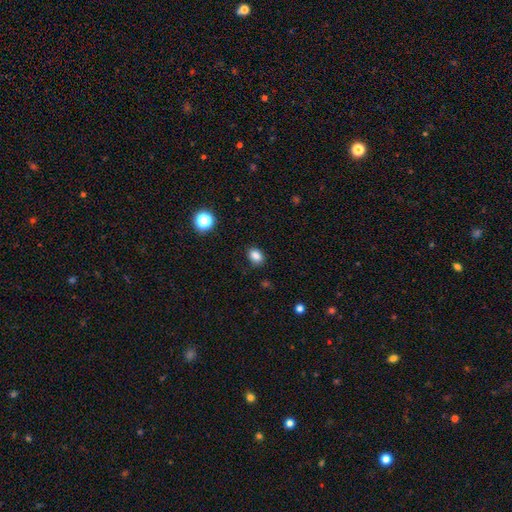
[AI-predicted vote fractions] This appears to be a smooth galaxy with no disk features (84%) that is in between round and cigar-shaped (64%). Merging: none (83%).